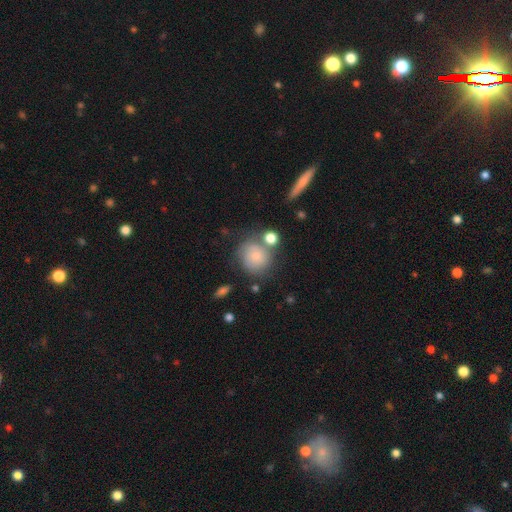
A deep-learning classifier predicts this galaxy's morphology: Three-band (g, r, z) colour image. It shows a smooth galaxy with no disk features (64%) that is round (87%). Merging: none (58%).